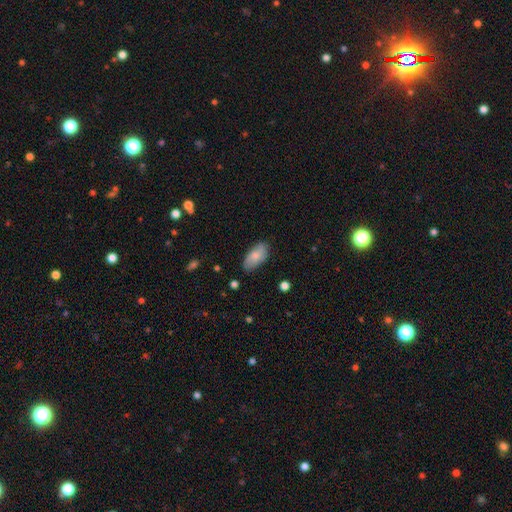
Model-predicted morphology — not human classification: Smooth or featured? Predicted: smooth (p=0.79). How rounded? Predicted: in between (p=0.91). Merging? Predicted: none (p=0.78).